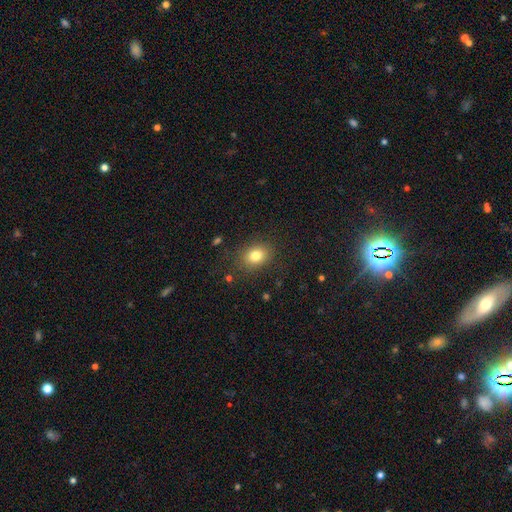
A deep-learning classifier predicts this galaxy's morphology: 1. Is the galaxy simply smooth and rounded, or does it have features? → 80% smooth, 11% star or artifact, 9% featured or disk.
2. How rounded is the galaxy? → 60% in between, 39% round, 1% cigar-shaped.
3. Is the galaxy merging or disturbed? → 83% none, 11% minor disturbance, 4% major disturbance, 1% merger.